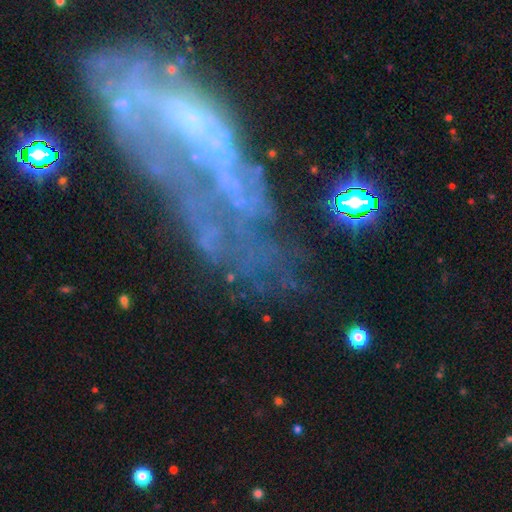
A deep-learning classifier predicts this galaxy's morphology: smooth_or_featured: featured or disk (p=0.65) [alt: star or artifact p=0.19]
disk_edge_on: no (p=0.85) [alt: yes p=0.15]
bar: no (p=0.74) [alt: weak p=0.17]
has_spiral_arms: no (p=0.61) [alt: yes p=0.39]
bulge_size: none (p=0.44) [alt: small p=0.41]
merging: none (p=0.39) [alt: major disturbance p=0.31]